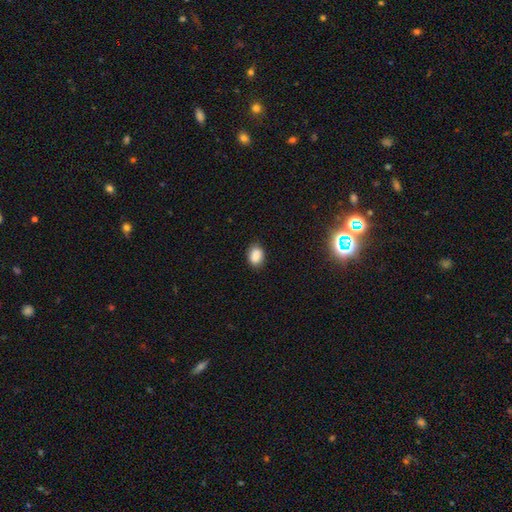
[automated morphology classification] A smooth galaxy with no disk features (85%) that is in between round and cigar-shaped (66%). Merging: none (77%).